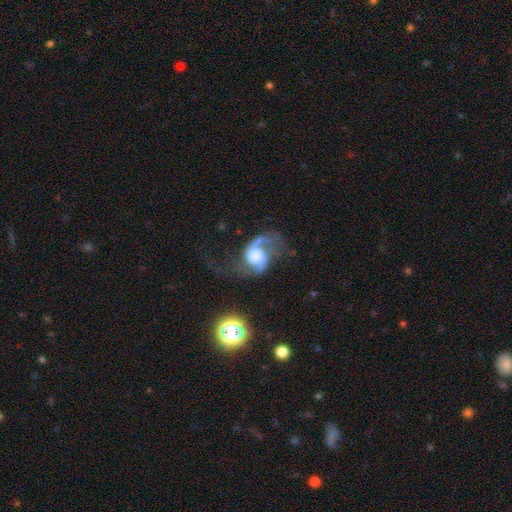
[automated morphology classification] This is clearly a featured or disk galaxy (80%). It is clearly not viewed edge-on (98%). Bar: likely no (65%). Spiral arm pattern: clearly yes (94%). Spiral arm count: clearly 2 (85%). Spiral winding: likely loose (63%). Central bulge: marginally large (43%). Merging: marginally none (43%).